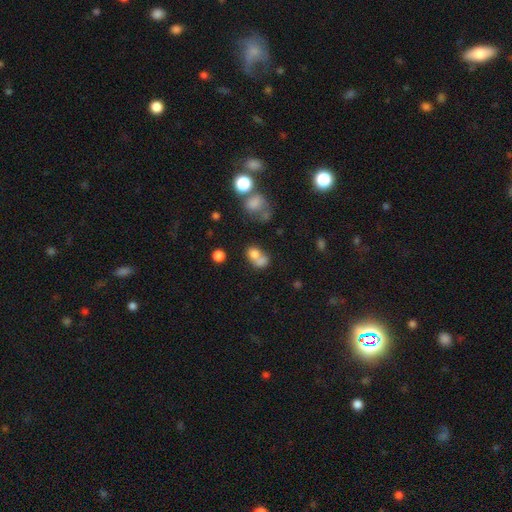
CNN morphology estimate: smooth-or-featured: smooth: 73% | featured or disk: 14% | star or artifact: 13%
  how-rounded: round: 55% | in between: 43% | cigar-shaped: 2%
  merging: merger: 54% | none: 28% | minor disturbance: 10% | major disturbance: 8%